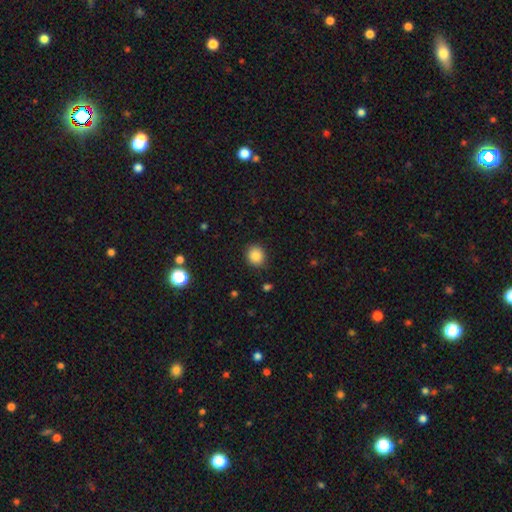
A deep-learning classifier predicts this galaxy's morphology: smooth_or_featured: smooth (p=0.86) [alt: star or artifact p=0.10]
how_rounded: round (p=0.80) [alt: in between p=0.19]
merging: none (p=0.89) [alt: minor disturbance p=0.07]